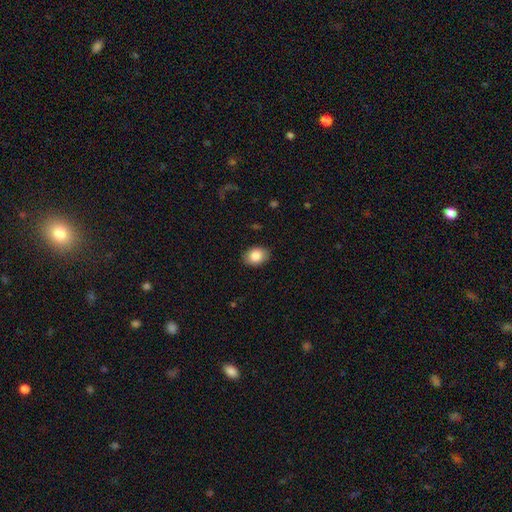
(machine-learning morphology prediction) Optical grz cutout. It shows a smooth galaxy with no disk features (86%) that is in between round and cigar-shaped (72%). Merging: none (88%).